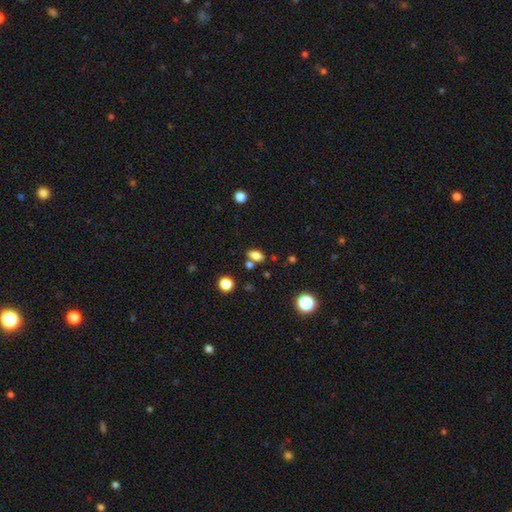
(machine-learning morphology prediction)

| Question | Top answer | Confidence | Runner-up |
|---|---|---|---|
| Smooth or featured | smooth | 79% | star or artifact (12%) |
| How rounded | in between | 83% | round (11%) |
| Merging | none | 68% | merger (16%) |